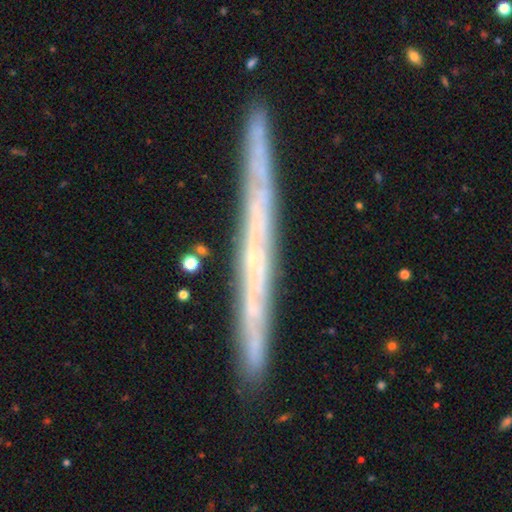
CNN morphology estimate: Q: Smooth or featured?
A: featured or disk (70%); runner-up: smooth (23%)
Q: Edge-on disk?
A: yes (95%); runner-up: no (5%)
Q: Edge-on bulge?
A: none (87%); runner-up: rounded (10%)
Q: Merging?
A: none (88%); runner-up: minor disturbance (9%)